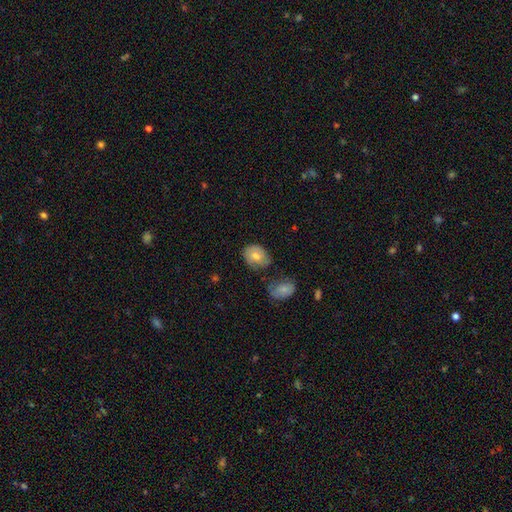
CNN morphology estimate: Smooth or featured? Predicted: smooth (p=0.66). How rounded? Predicted: in between (p=0.58). Merging? Predicted: none (p=0.57).